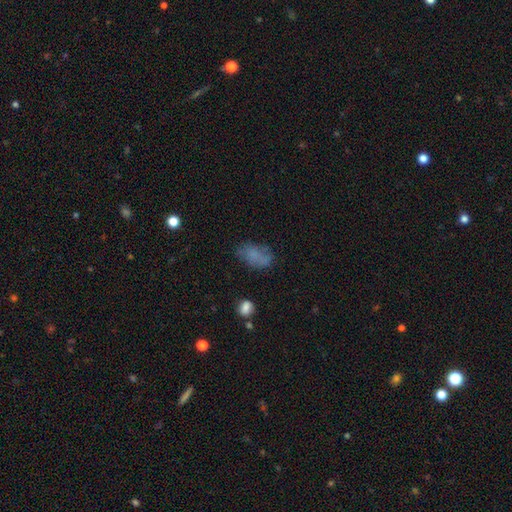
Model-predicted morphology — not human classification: smooth 67%, featured or disk 20%, star or artifact 13%. Down the decision tree: how rounded — in between (88%); merging — none (55%).